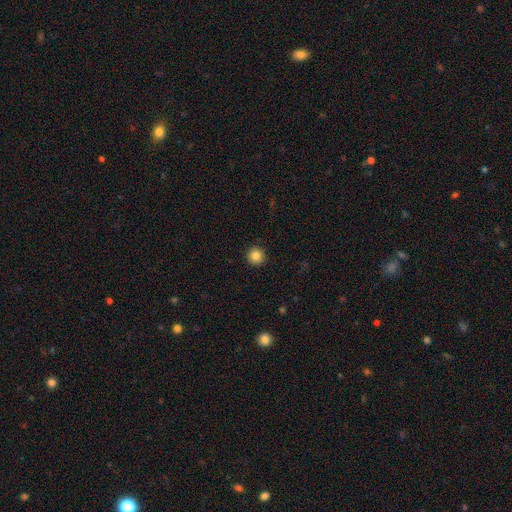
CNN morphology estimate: A smooth galaxy with no disk features (84%) that is round (96%).

Vote fractions:
- Smooth or featured? smooth: 84% / star or artifact: 10% / featured or disk: 5%
- How rounded? round: 96% / in between: 4% / cigar-shaped: 1%
- Merging? none: 93% / minor disturbance: 4% / major disturbance: 2% / merger: 1%